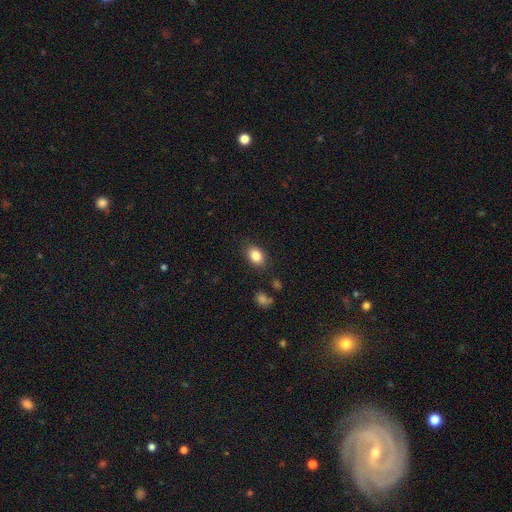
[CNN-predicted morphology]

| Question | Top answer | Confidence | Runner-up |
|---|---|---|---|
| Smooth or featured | smooth | 86% | star or artifact (9%) |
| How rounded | in between | 75% | round (24%) |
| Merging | none | 84% | minor disturbance (11%) |